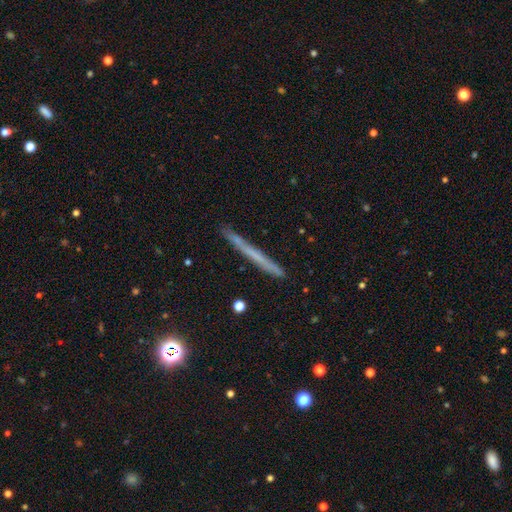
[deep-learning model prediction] This is possibly a smooth galaxy (47%). Merging: clearly none (88%).